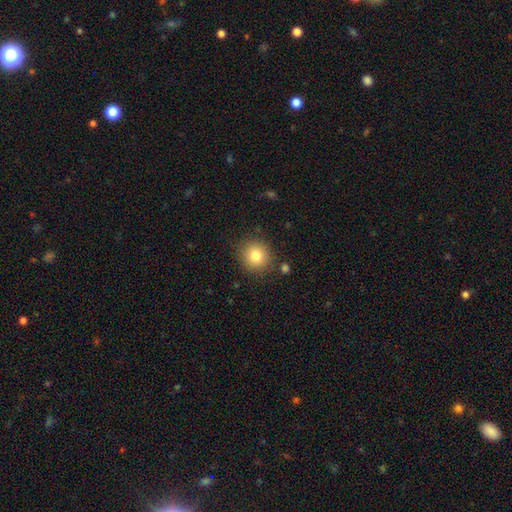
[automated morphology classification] smooth 81%, star or artifact 11%, featured or disk 8%. Down the decision tree: how rounded — round (91%); merging — none (86%).